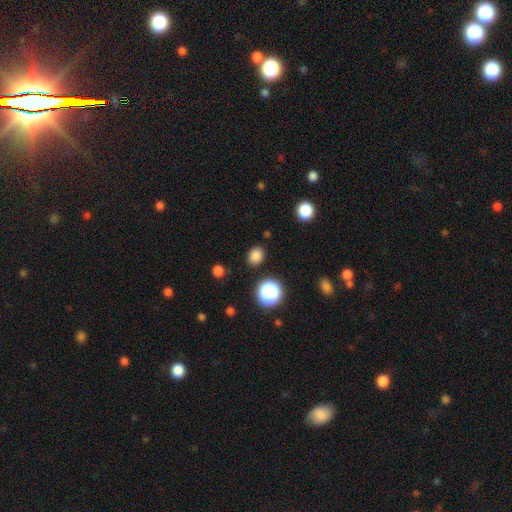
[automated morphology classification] Smooth or featured: smooth — 82% (star or artifact — 14%)
How rounded: round — 58% (in between — 41%)
Merging: none — 87% (minor disturbance — 8%)